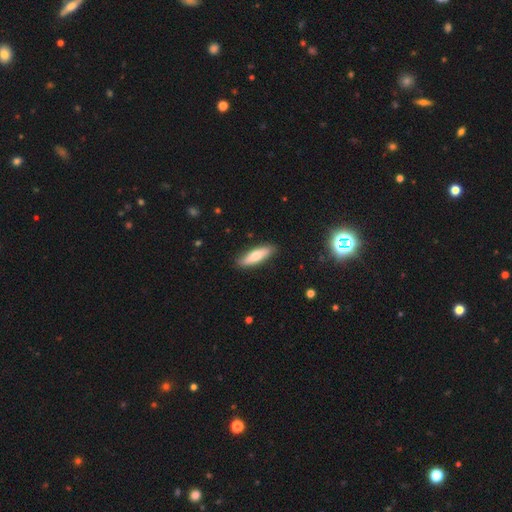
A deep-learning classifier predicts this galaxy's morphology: The model was most divided on "how rounded": cigar-shaped: 54%, in between: 44%, round: 2%. More confident: merging — none (87%); smooth or featured — smooth (66%).